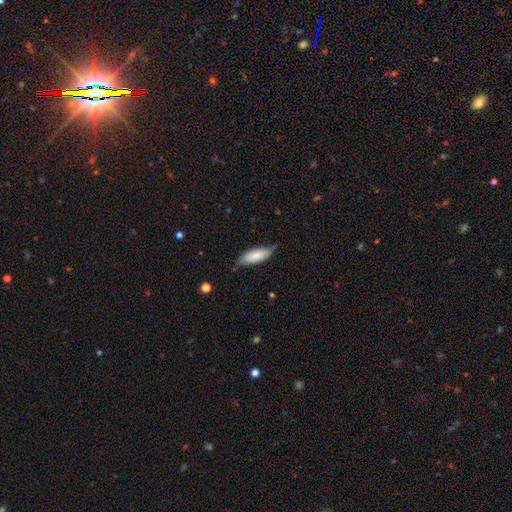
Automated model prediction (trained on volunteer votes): Overall: smooth (80%). How rounded: in between (61%; cigar-shaped 38%). Merging: none (60%; minor disturbance 32%).